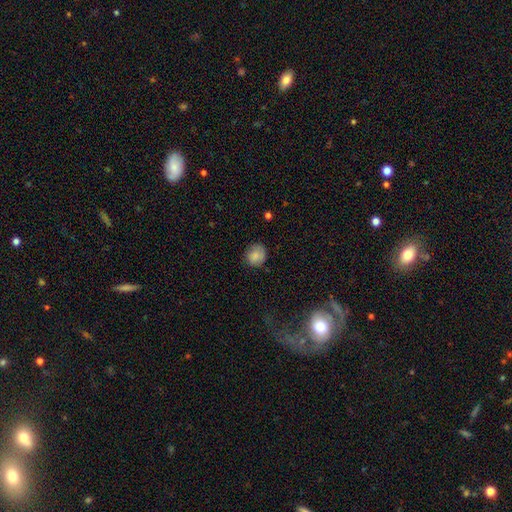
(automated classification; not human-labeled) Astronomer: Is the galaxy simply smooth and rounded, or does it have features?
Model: smooth — 83%.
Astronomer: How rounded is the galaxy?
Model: round — 77%.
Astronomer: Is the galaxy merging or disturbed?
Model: none — 74%.